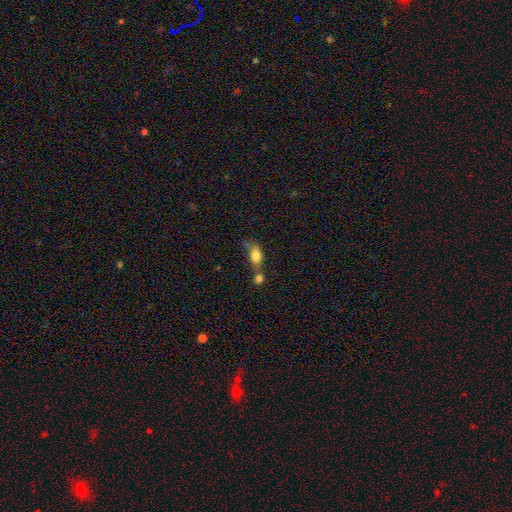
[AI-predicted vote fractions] smooth-or-featured: smooth: 80% | featured or disk: 11% | star or artifact: 9%
  how-rounded: in between: 82% | round: 13% | cigar-shaped: 6%
  merging: merger: 40% | none: 38% | minor disturbance: 15% | major disturbance: 7%